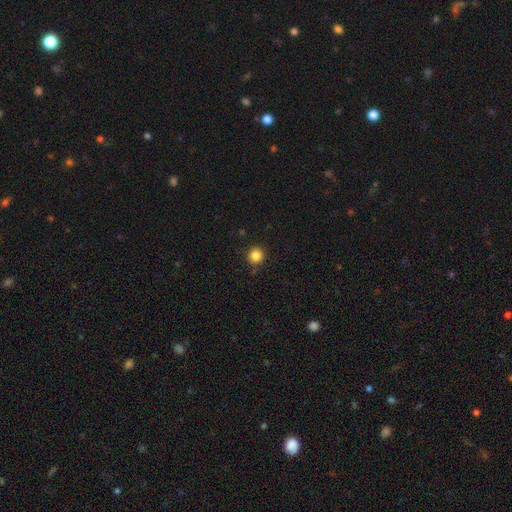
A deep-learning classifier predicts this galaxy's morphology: Overall: smooth (85%). How rounded: round (94%). Merging: none (91%).